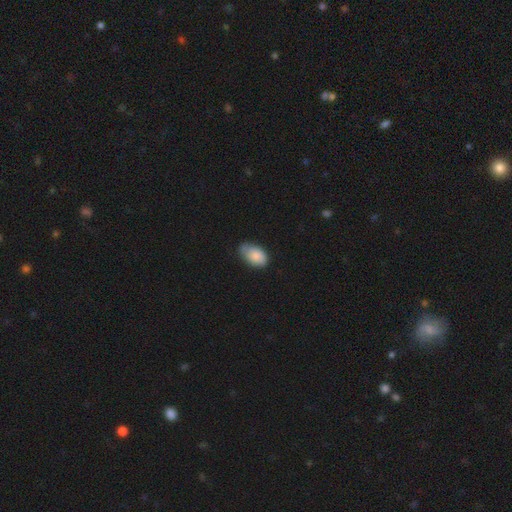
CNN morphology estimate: Overall: smooth (84%). How rounded: in between (92%). Merging: none (56%; minor disturbance 36%).